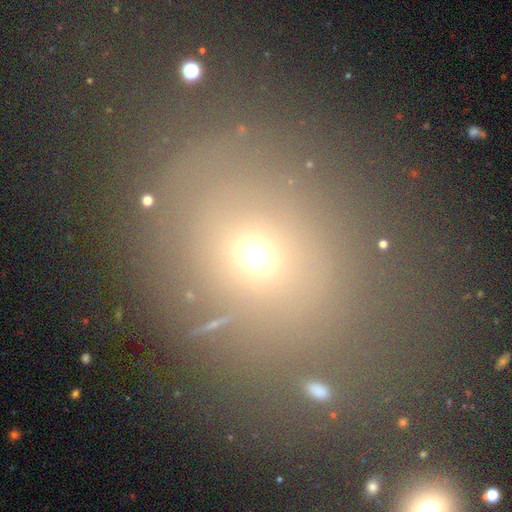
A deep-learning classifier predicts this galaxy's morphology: This appears to be a smooth galaxy with no disk features (60%) that is round (62%). Merging: none (66%).